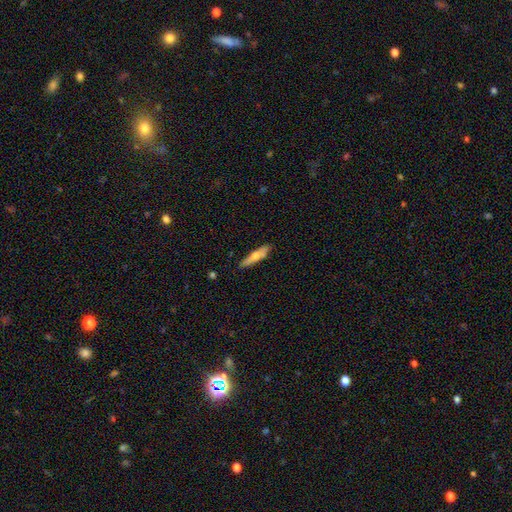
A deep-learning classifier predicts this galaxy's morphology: This appears to be a smooth galaxy with no disk features (48%). Merging: none (83%).